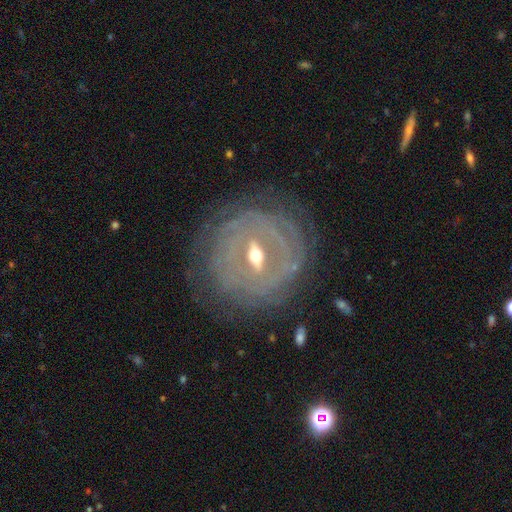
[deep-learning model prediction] Smooth or featured?
  - featured or disk: 86% *
  - smooth: 8%
  - star or artifact: 6%
Edge-on disk?
  - no: 84% *
  - yes: 16%
Bar?
  - strong: 57% *
  - weak: 31%
  - no: 13%
Spiral arms?
  - yes: 74% *
  - no: 26%
Spiral winding?
  - tight: 81% *
  - medium: 13%
  - loose: 6%
Spiral arm count?
  - can't tell: 53% *
  - 2: 12%
  - more than 4: 11%
  - 4: 9%
  - 3: 8%
  - 1: 6%
Bulge size?
  - moderate: 58% *
  - small: 35%
  - large: 5%
  - dominant: 1%
  - none: 1%
Merging?
  - none: 76% *
  - minor disturbance: 15%
  - major disturbance: 8%
  - merger: 2%